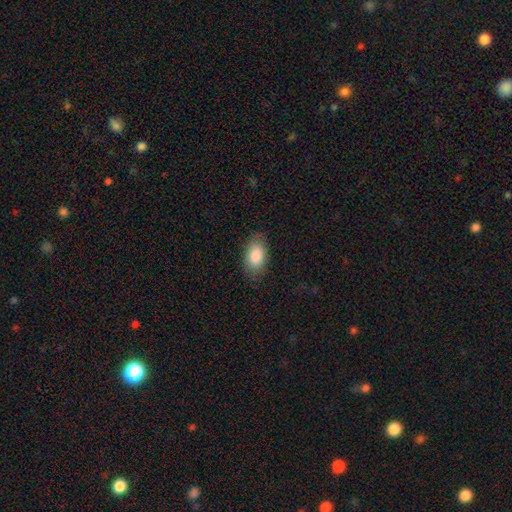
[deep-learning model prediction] Smooth or featured? Predicted: smooth (p=0.86). How rounded? Predicted: in between (p=0.93). Merging? Predicted: none (p=0.83).